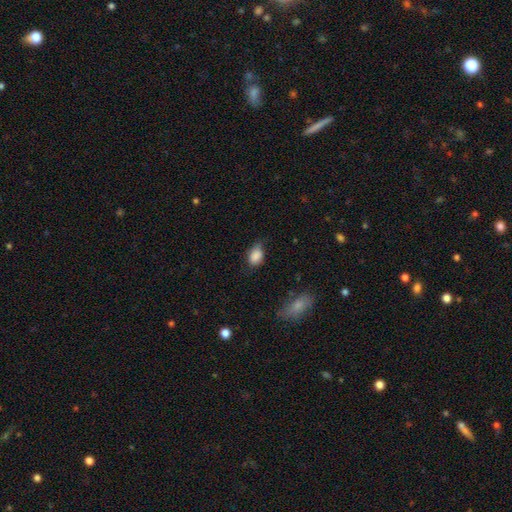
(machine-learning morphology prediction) type=smooth (85%); roundness=in between (79%); merging=none (48%).